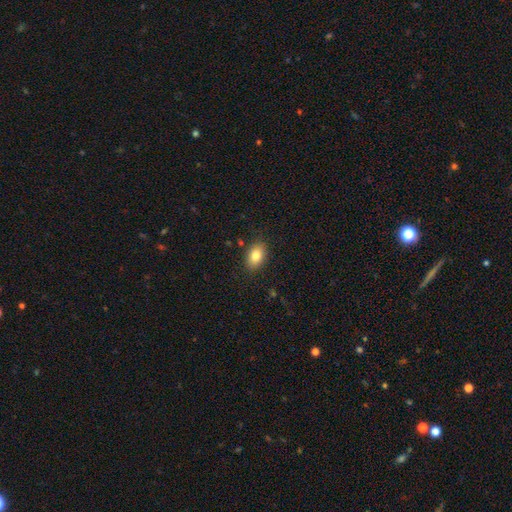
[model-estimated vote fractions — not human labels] Smooth or featured? Predicted: smooth (p=0.82). How rounded? Predicted: in between (p=0.83). Merging? Predicted: none (p=0.85).